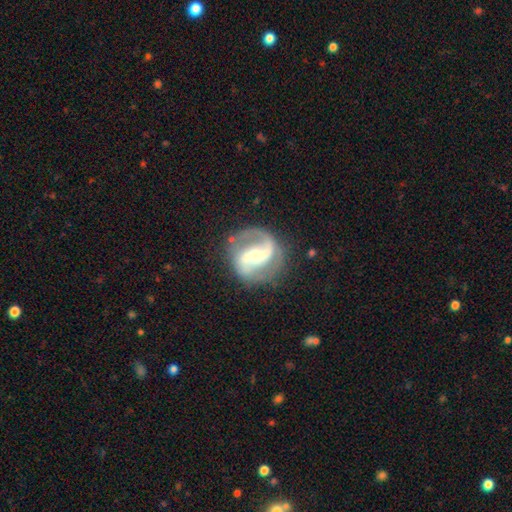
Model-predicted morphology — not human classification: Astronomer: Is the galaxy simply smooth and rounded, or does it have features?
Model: featured or disk — 88%.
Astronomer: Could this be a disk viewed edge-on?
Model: no — 97%.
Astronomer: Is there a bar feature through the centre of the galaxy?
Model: strong — 46% (runner-up: weak, 34%).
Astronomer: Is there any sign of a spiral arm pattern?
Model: yes — 95%.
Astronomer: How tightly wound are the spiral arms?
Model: medium — 50% (runner-up: loose, 31%).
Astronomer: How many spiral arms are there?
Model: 2 — 88%.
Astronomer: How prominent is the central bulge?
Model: moderate — 47%, tied with small at 47%.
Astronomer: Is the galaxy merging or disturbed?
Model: none — 77%.